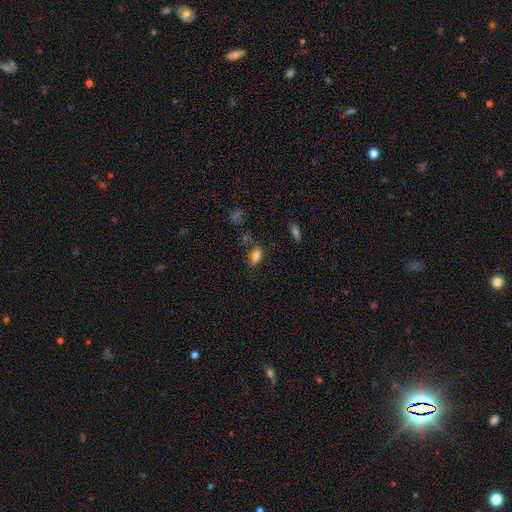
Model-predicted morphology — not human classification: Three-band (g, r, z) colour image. It shows a smooth galaxy with no disk features (82%) that is in between round and cigar-shaped (88%). Merging: none (74%).